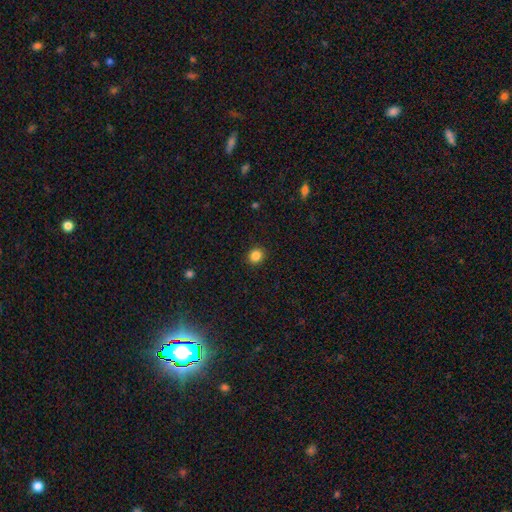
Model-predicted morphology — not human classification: Overall: smooth (86%). How rounded: round (79%). Merging: none (91%).